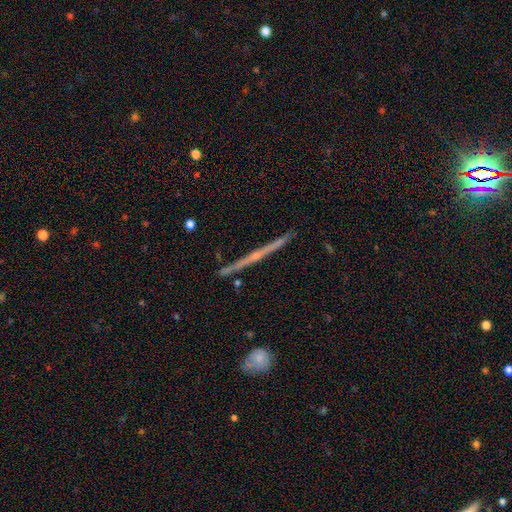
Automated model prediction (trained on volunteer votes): Q: Smooth or featured?
A: featured or disk (79%); runner-up: smooth (14%)
Q: Edge-on disk?
A: yes (98%); runner-up: no (2%)
Q: Edge-on bulge?
A: rounded (62%); runner-up: none (33%)
Q: Merging?
A: none (90%); runner-up: minor disturbance (7%)